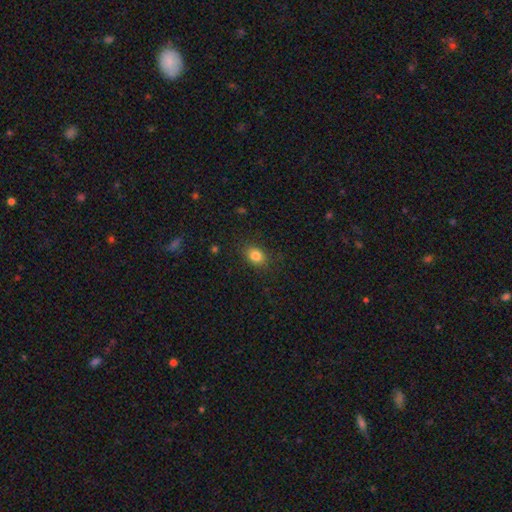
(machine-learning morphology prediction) Smooth or featured? Predicted: smooth (p=0.83). How rounded? Predicted: in between (p=0.57). Merging? Predicted: none (p=0.84).